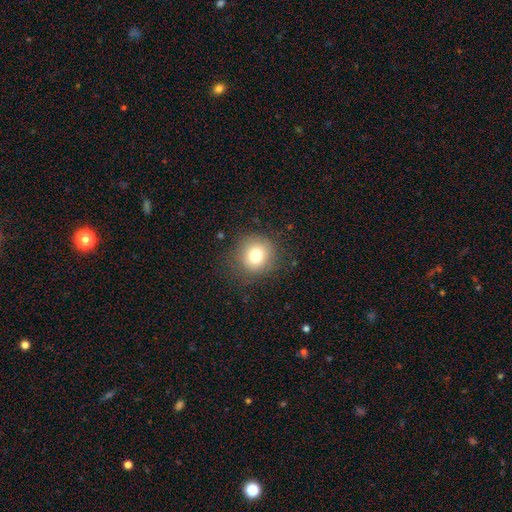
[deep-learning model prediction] Q: Smooth or featured?
A: smooth (77%); runner-up: star or artifact (12%)
Q: How rounded?
A: round (89%); runner-up: in between (10%)
Q: Merging?
A: none (82%); runner-up: minor disturbance (12%)